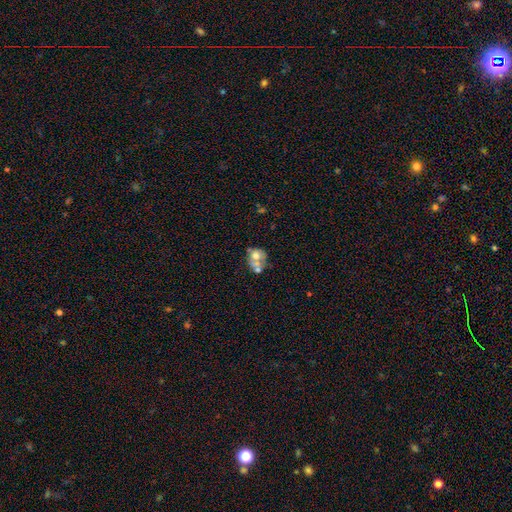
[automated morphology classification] type=smooth (51%); roundness=round (60%); merging=merger (45%).